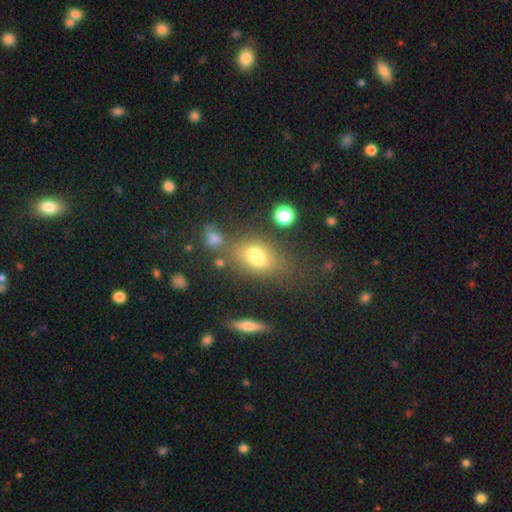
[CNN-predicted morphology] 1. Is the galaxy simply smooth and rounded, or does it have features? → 62% smooth, 22% featured or disk, 17% star or artifact.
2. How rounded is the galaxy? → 68% in between, 27% round, 5% cigar-shaped.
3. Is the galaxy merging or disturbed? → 42% merger, 37% none, 13% minor disturbance, 8% major disturbance.